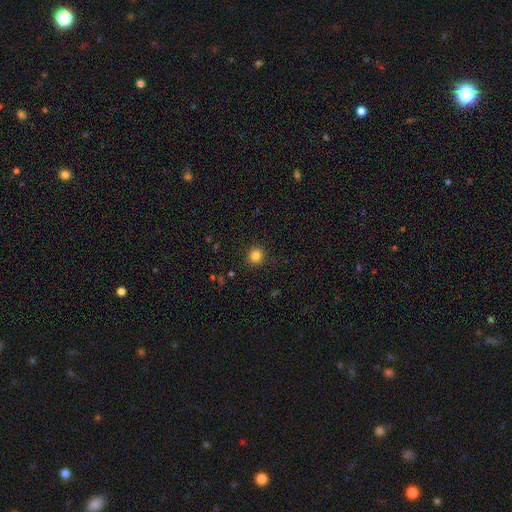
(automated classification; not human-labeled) The model was most divided on "how rounded": round: 85%, in between: 14%, cigar-shaped: 1%. More confident: merging — none (89%); smooth or featured — smooth (84%).